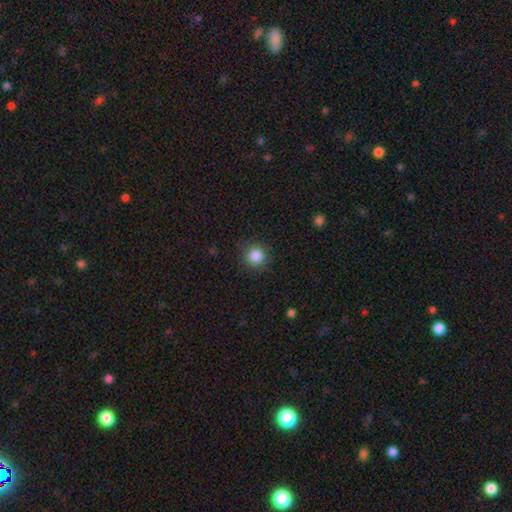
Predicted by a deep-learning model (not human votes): smooth-or-featured: smooth: 86% | star or artifact: 10% | featured or disk: 4%
  how-rounded: round: 94% | in between: 5% | cigar-shaped: 1%
  merging: none: 89% | minor disturbance: 8% | major disturbance: 3% | merger: 1%